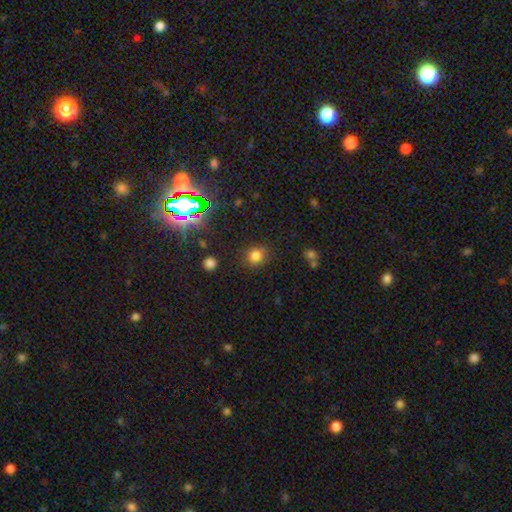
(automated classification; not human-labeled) This is likely a smooth galaxy (78%). How rounded: clearly round (83%). Merging: clearly none (83%).